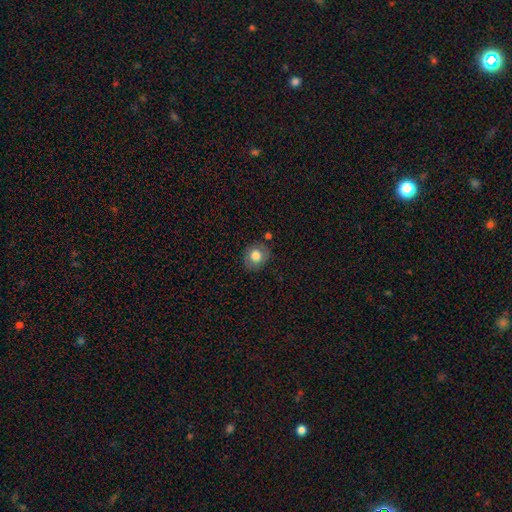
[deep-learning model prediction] The model was most divided on "how rounded": round: 71%, in between: 28%, cigar-shaped: 1%. More confident: merging — none (81%); smooth or featured — smooth (79%).